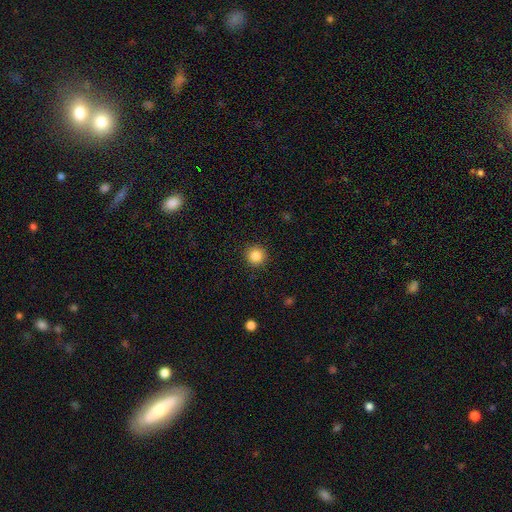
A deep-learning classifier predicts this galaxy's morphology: The model was most divided on "smooth or featured": smooth: 86%, star or artifact: 10%, featured or disk: 4%. More confident: how rounded — round (94%); merging — none (91%).